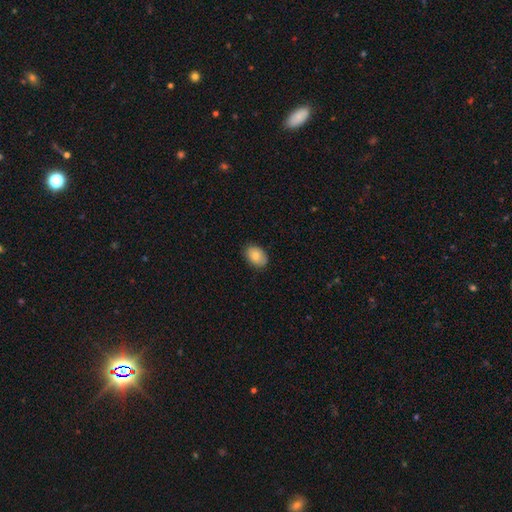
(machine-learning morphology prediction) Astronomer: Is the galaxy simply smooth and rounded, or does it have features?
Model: smooth — 81%.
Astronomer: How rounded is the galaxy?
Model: in between — 80%.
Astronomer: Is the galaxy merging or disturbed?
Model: none — 86%.